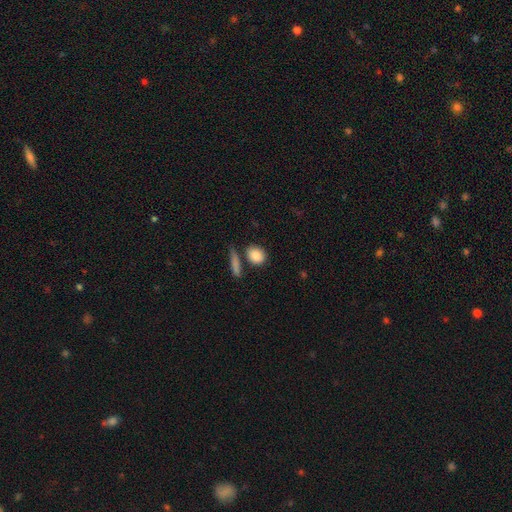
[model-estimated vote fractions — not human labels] smooth-or-featured: smooth: 86% | star or artifact: 7% | featured or disk: 7%
  how-rounded: round: 55% | in between: 41% | cigar-shaped: 4%
  merging: none: 70% | merger: 13% | minor disturbance: 12% | major disturbance: 4%